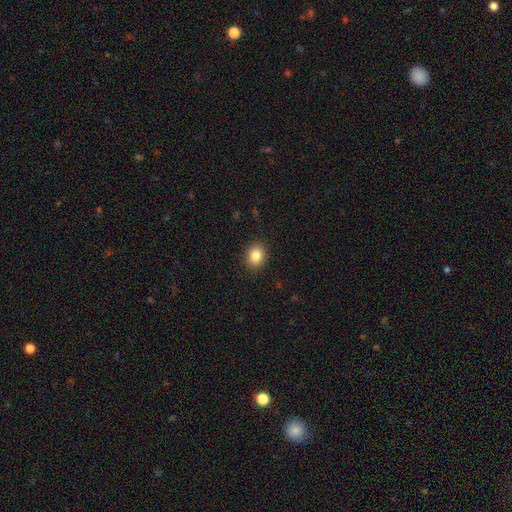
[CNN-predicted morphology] This is clearly a smooth galaxy (84%). How rounded: likely round (66%). Merging: clearly none (90%).